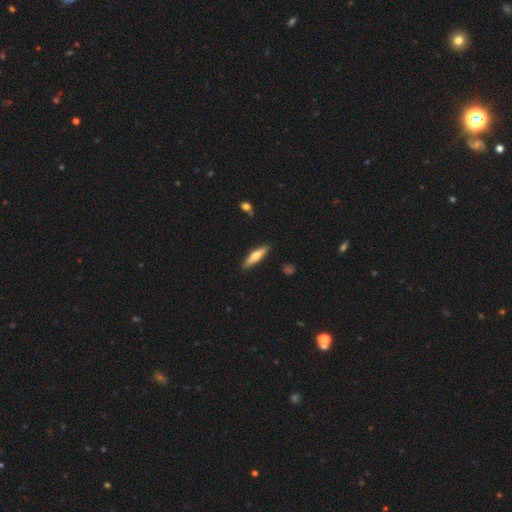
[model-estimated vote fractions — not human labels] Smooth or featured? Predicted: smooth (p=0.58). How rounded? Predicted: cigar-shaped (p=0.77). Merging? Predicted: none (p=0.88).